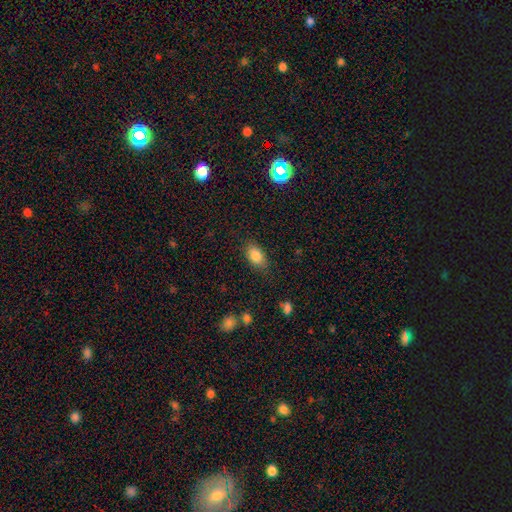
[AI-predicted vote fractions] Morphology: type=smooth (84%); roundness=in between (88%); merging=none (83%).